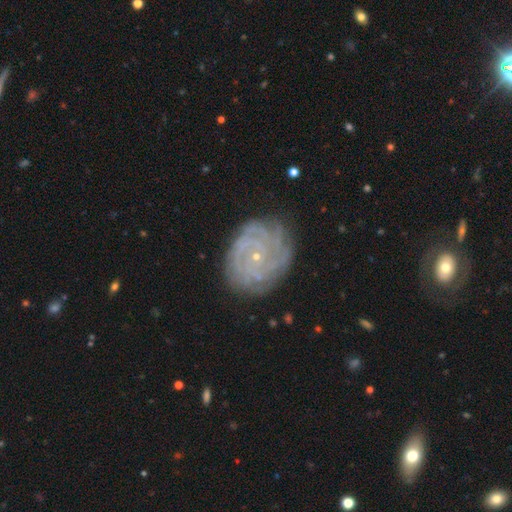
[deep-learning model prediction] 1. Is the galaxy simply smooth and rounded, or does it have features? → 81% featured or disk, 10% smooth, 9% star or artifact.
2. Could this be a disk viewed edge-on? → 97% no, 3% yes.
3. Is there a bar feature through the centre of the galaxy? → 77% no, 19% weak, 5% strong.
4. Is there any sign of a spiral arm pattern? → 96% yes, 4% no.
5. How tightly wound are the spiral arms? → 79% tight, 17% medium, 4% loose.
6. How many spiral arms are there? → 32% can't tell, 19% 4, 15% 3, 14% more than 4, 13% 2, 8% 1.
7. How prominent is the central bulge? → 85% small, 11% moderate, 2% none, 1% large, 1% dominant.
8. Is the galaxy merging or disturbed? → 80% none, 14% minor disturbance, 4% major disturbance, 1% merger.